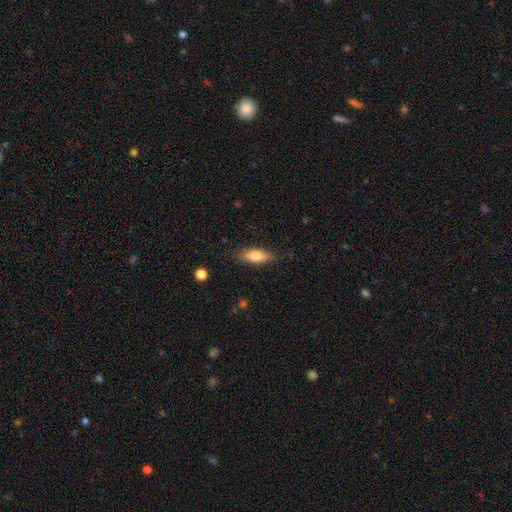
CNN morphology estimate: type=smooth (71%); roundness=in between (60%); merging=none (83%).